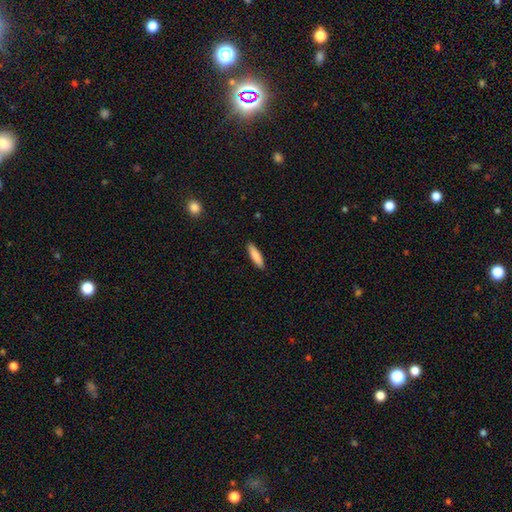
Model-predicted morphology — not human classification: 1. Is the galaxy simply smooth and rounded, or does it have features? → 84% smooth, 10% featured or disk, 6% star or artifact.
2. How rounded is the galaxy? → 74% cigar-shaped, 25% in between, 1% round.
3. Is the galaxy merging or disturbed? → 90% none, 7% minor disturbance, 2% major disturbance, 1% merger.